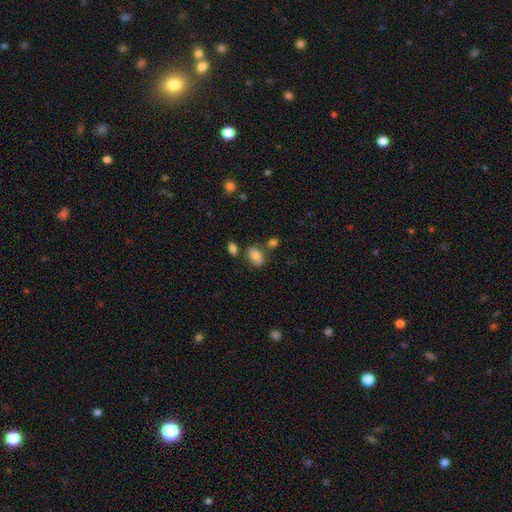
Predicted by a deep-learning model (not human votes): Overall: smooth (83%). How rounded: in between (86%). Merging: none (68%).